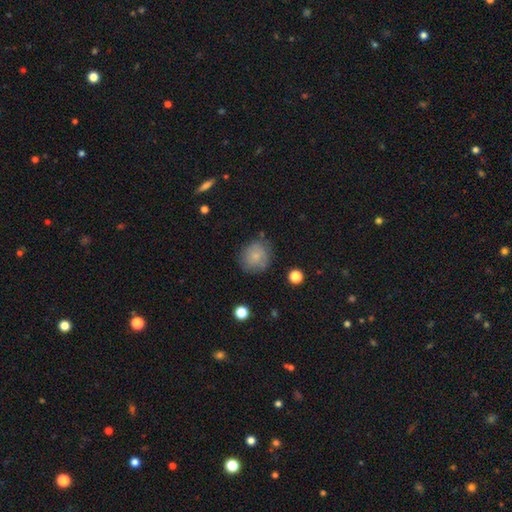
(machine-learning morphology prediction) A smooth galaxy with no disk features (77%) that is round (83%).

Vote fractions:
- Smooth or featured? smooth: 77% / featured or disk: 14% / star or artifact: 9%
- How rounded? round: 83% / in between: 16% / cigar-shaped: 1%
- Merging? none: 74% / minor disturbance: 18% / major disturbance: 6% / merger: 2%